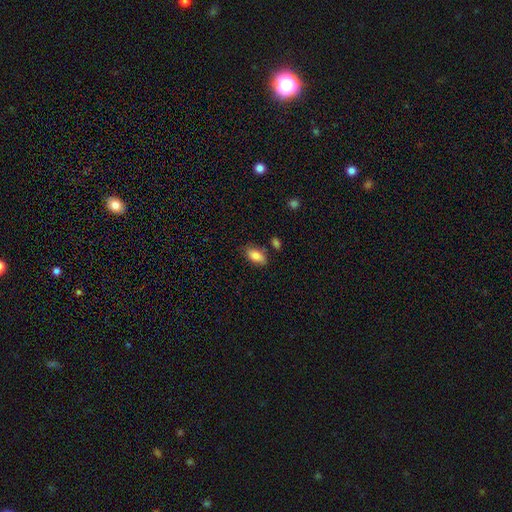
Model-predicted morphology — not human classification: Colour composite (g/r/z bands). It shows a smooth galaxy with no disk features (85%) that is in between round and cigar-shaped (91%). Merging: none (75%).